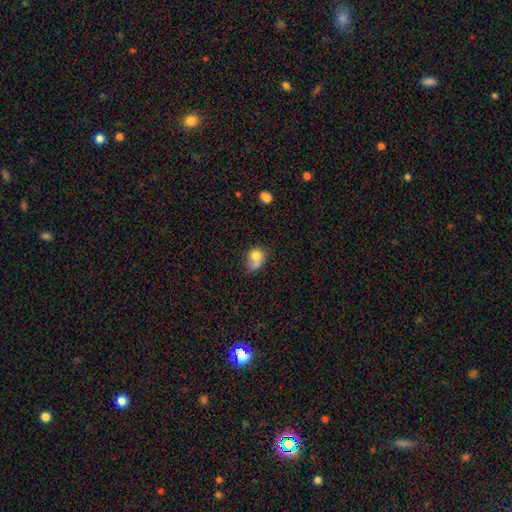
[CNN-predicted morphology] Smooth or featured: smooth — 76% (featured or disk — 14%)
How rounded: round — 50% (in between — 49%)
Merging: none — 34% (minor disturbance — 31%)